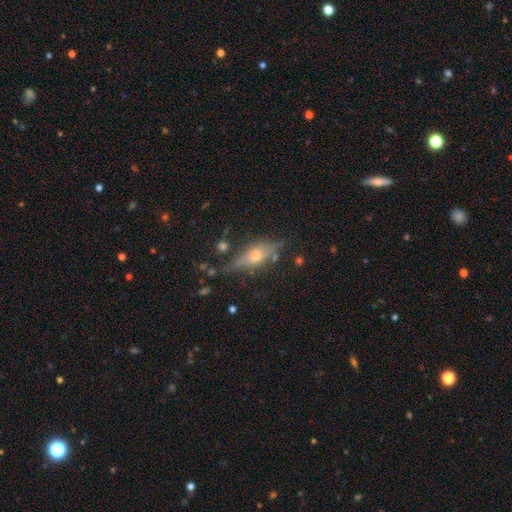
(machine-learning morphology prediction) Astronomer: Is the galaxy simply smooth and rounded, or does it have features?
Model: featured or disk — 57%.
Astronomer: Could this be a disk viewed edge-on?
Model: yes — 83%.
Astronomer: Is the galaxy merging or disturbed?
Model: none — 68%.